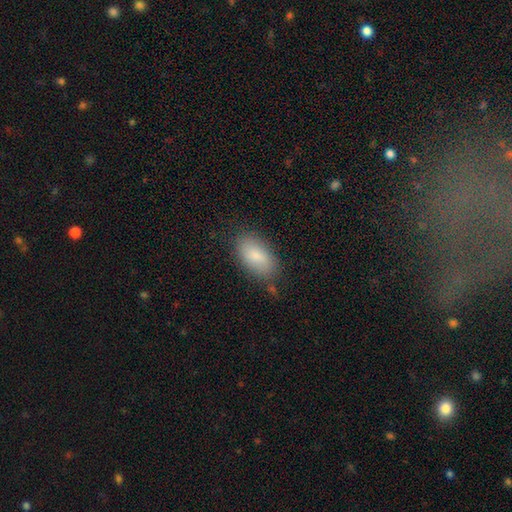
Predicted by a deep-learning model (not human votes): A smooth galaxy with no disk features (85%) that is in between round and cigar-shaped (93%).

Vote fractions:
- Smooth or featured? smooth: 85% / featured or disk: 9% / star or artifact: 7%
- How rounded? in between: 93% / cigar-shaped: 4% / round: 4%
- Merging? none: 79% / minor disturbance: 15% / major disturbance: 4% / merger: 2%